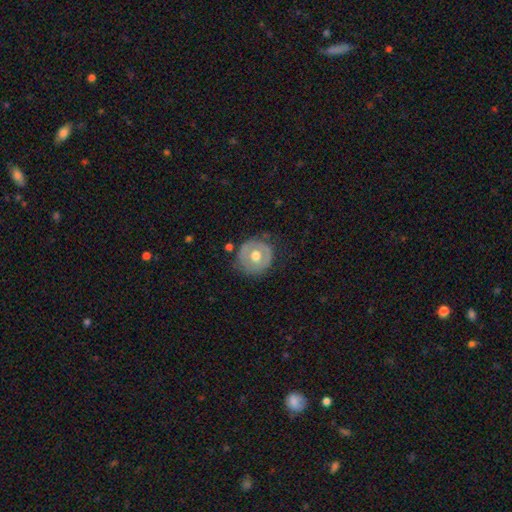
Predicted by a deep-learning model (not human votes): Smooth or featured? Predicted: smooth (p=0.50). Merging? Predicted: none (p=0.77).